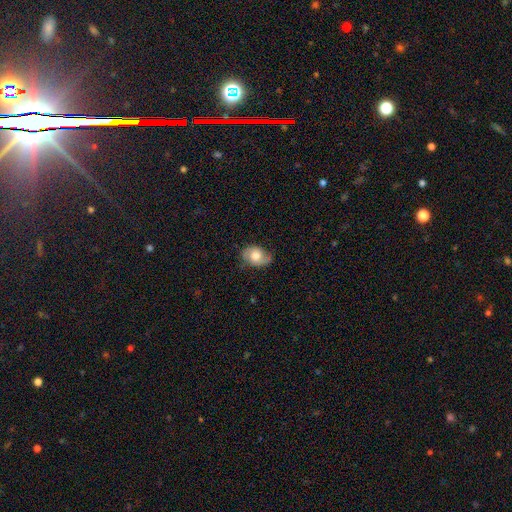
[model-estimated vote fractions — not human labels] featured or disk 56%, smooth 36%, star or artifact 8%. Down the decision tree: edge-on disk — no (96%); bar — no (69%); spiral arms — yes (87%); bulge size — moderate (47%); merging — none (67%).